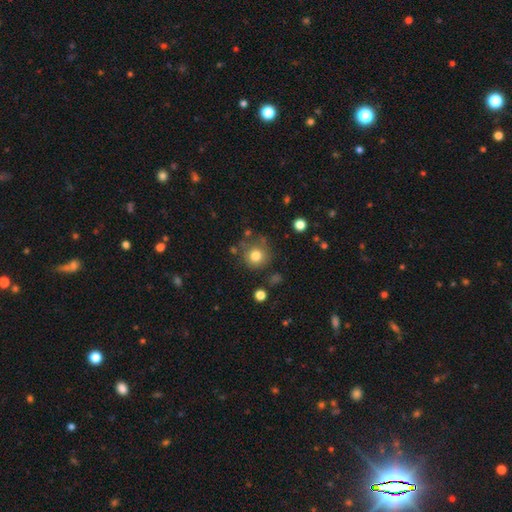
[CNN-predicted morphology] Smooth or featured? smooth (79%)
How rounded? round (92%)
Merging? none (76%)